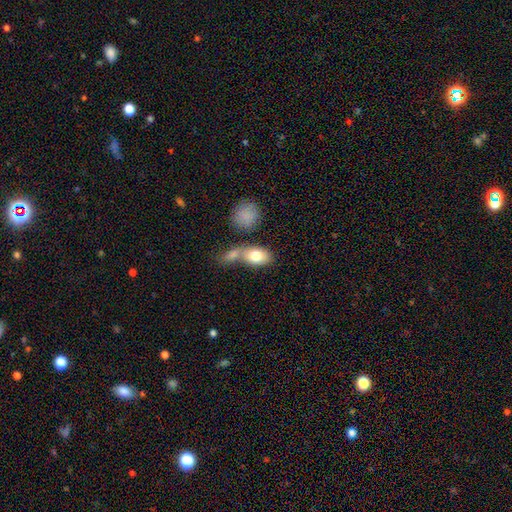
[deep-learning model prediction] This appears to be a smooth galaxy with no disk features (80%) that is in between round and cigar-shaped (82%). Merging: merger (44%).